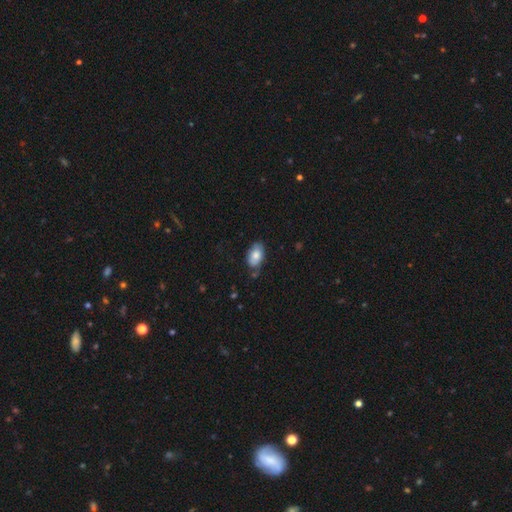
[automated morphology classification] smooth_or_featured: smooth (p=0.76) [alt: featured or disk p=0.17]
how_rounded: in between (p=0.92) [alt: round p=0.06]
merging: none (p=0.67) [alt: minor disturbance p=0.24]